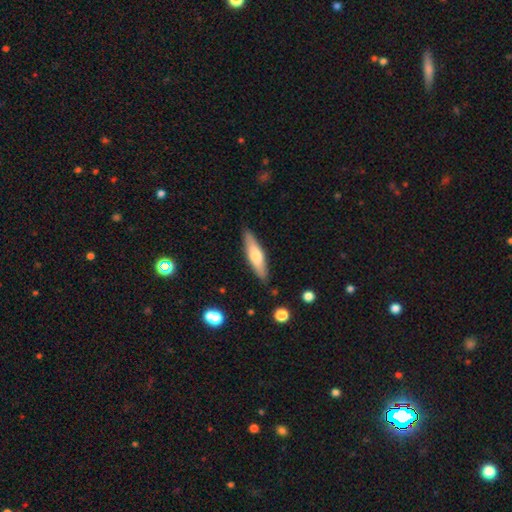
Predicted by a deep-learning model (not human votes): A smooth galaxy with no disk features (55%) that is cigar-shaped (72%). Merging: none (88%).